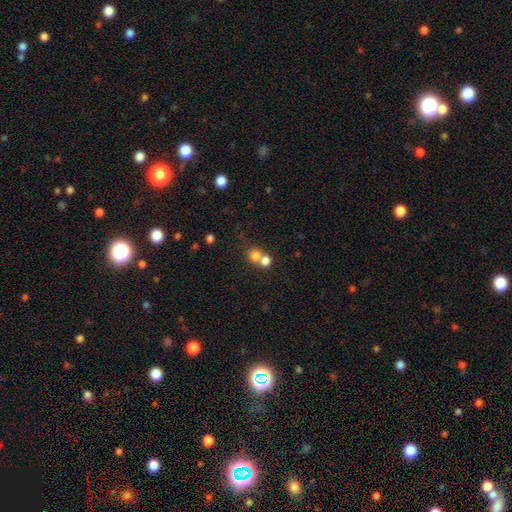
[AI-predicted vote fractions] smooth 77%, star or artifact 12%, featured or disk 11%. Down the decision tree: how rounded — round (81%); merging — merger (54%).